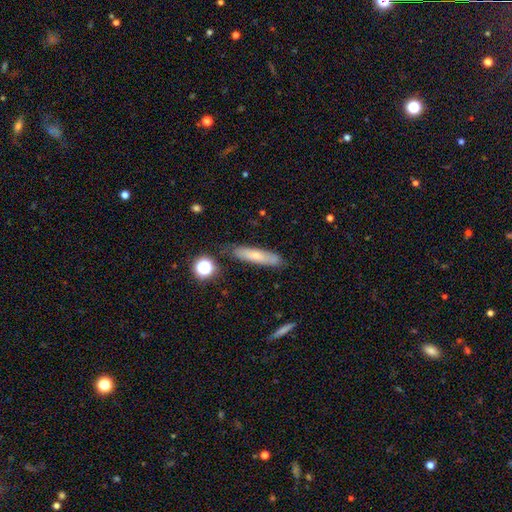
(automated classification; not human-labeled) Overall: smooth (63%; featured or disk 29%). How rounded: cigar-shaped (80%). Merging: none (76%).